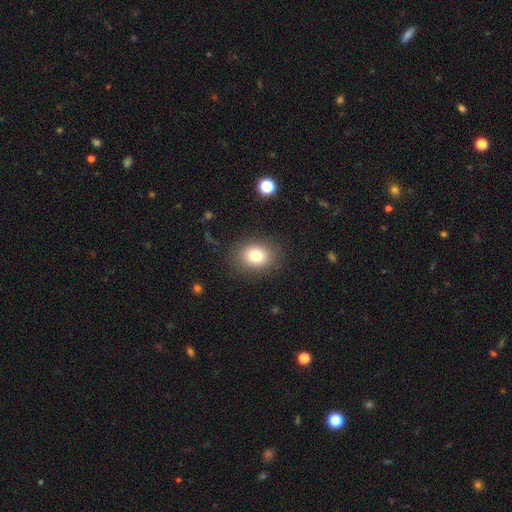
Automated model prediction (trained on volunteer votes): Q: Smooth or featured?
A: smooth (78%); runner-up: star or artifact (11%)
Q: How rounded?
A: round (50%); runner-up: in between (49%)
Q: Merging?
A: none (85%); runner-up: minor disturbance (10%)